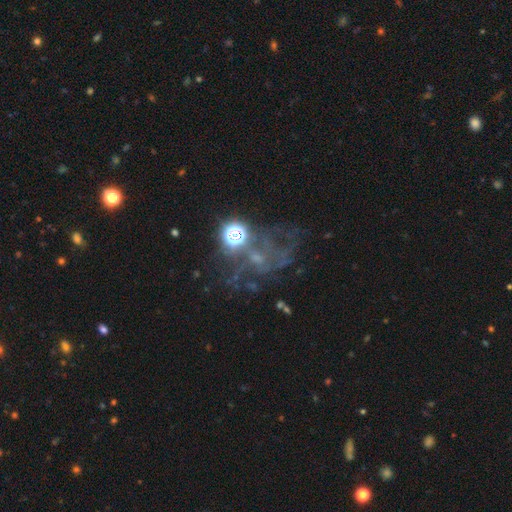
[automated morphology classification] A featured or disk galaxy (47%). Merging: none (42%).